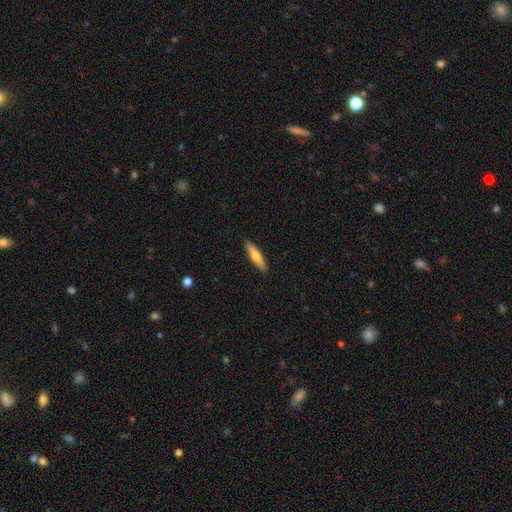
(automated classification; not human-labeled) A smooth galaxy with no disk features (65%) that is cigar-shaped (83%).

Vote fractions:
- Smooth or featured? smooth: 65% / featured or disk: 30% / star or artifact: 5%
- How rounded? cigar-shaped: 83% / in between: 15% / round: 2%
- Merging? none: 91% / minor disturbance: 7% / major disturbance: 1% / merger: 1%